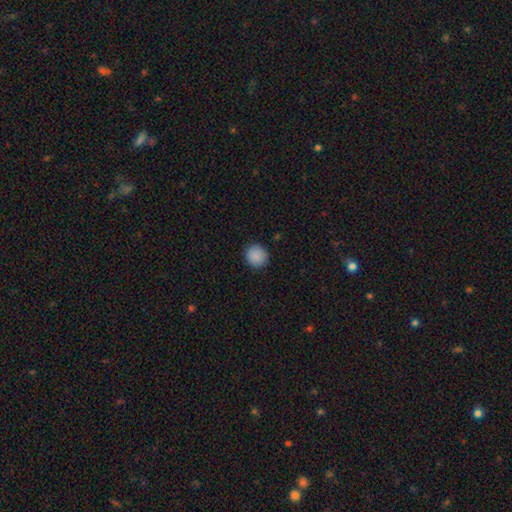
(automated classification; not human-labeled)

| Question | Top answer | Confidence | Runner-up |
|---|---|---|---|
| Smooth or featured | smooth | 88% | star or artifact (9%) |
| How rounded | round | 88% | in between (11%) |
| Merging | none | 91% | minor disturbance (6%) |